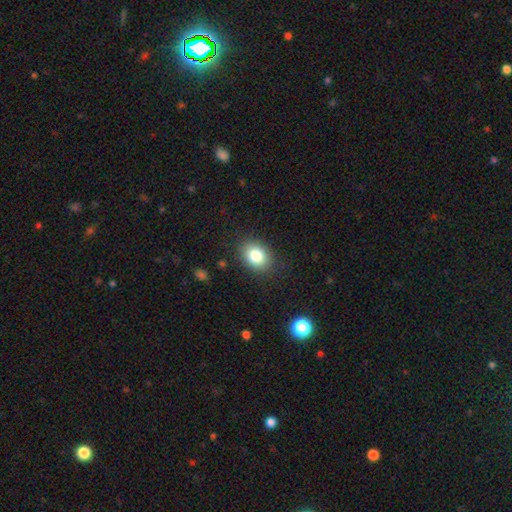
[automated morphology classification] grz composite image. It shows a smooth galaxy with no disk features (82%) that is in between round and cigar-shaped (63%). Merging: none (87%).